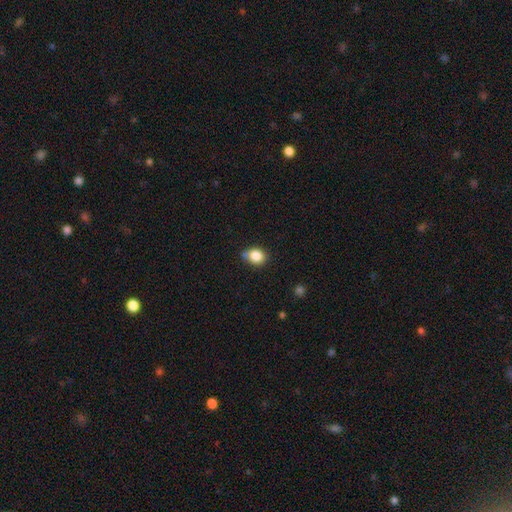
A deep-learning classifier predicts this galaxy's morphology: type=smooth (85%); roundness=round (57%); merging=none (65%).